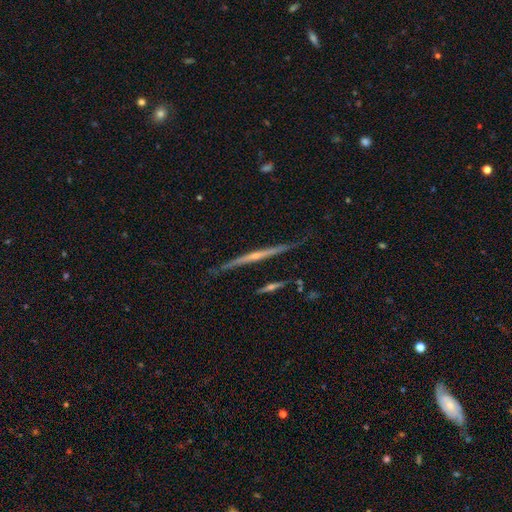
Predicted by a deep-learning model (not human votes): Q: Smooth or featured?
A: featured or disk (82%); runner-up: smooth (12%)
Q: Edge-on disk?
A: yes (98%); runner-up: no (2%)
Q: Edge-on bulge?
A: rounded (64%); runner-up: none (31%)
Q: Merging?
A: none (83%); runner-up: minor disturbance (12%)